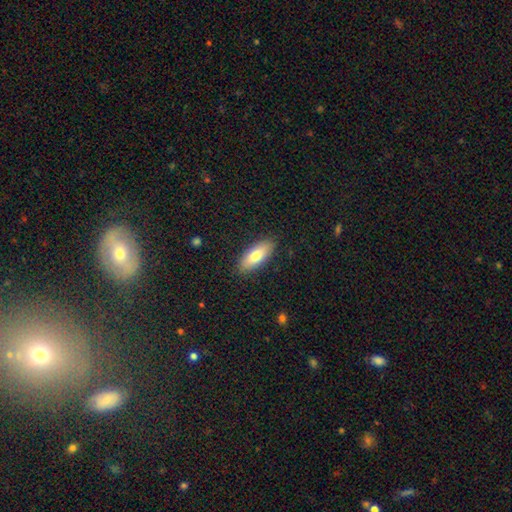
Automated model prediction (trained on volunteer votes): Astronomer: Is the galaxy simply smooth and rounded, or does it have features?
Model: smooth — 77%.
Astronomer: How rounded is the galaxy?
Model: in between — 76%.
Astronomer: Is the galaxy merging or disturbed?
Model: none — 87%.